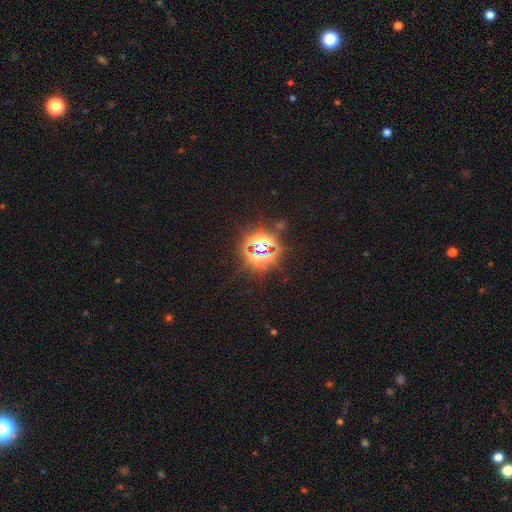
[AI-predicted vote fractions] star or artifact 82%, smooth 10%, featured or disk 9%.